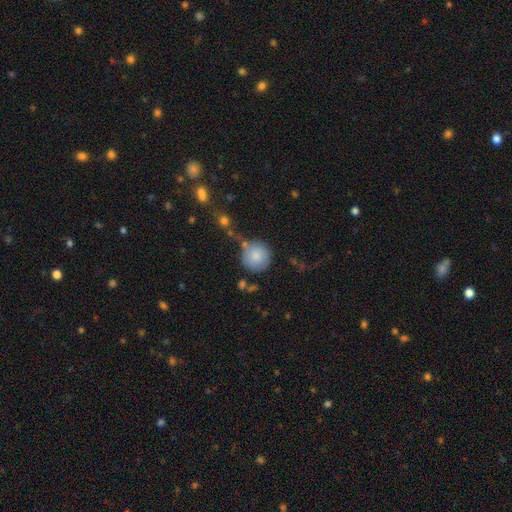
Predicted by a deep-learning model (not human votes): This appears to be a smooth galaxy with no disk features (83%) that is round (94%). Merging: none (69%).